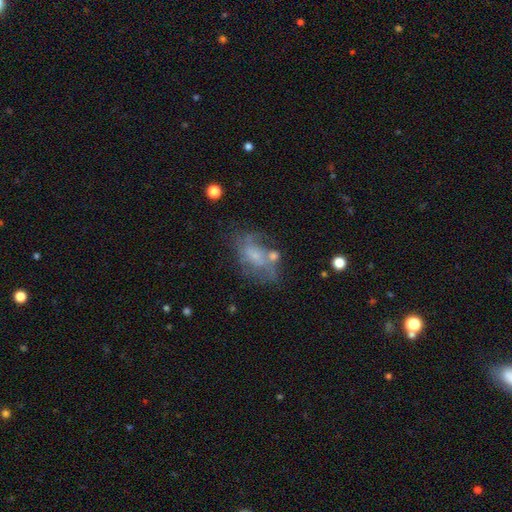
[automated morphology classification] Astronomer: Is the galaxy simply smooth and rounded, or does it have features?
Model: featured or disk — 56% (runner-up: smooth, 32%).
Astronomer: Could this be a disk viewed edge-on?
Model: no — 95%.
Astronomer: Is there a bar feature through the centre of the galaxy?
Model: no — 68%.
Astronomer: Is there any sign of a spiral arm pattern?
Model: yes — 57% (runner-up: no, 43%).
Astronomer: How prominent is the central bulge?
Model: small — 48% (runner-up: none, 25%).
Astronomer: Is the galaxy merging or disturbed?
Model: none — 42% (runner-up: major disturbance, 23%).